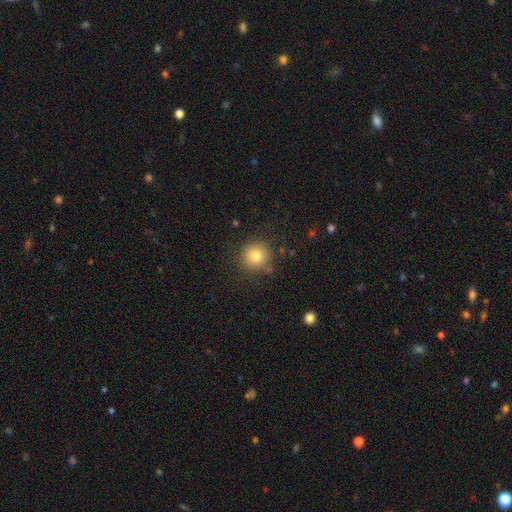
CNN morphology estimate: Smooth or featured? smooth (81%)
How rounded? round (91%)
Merging? none (83%)